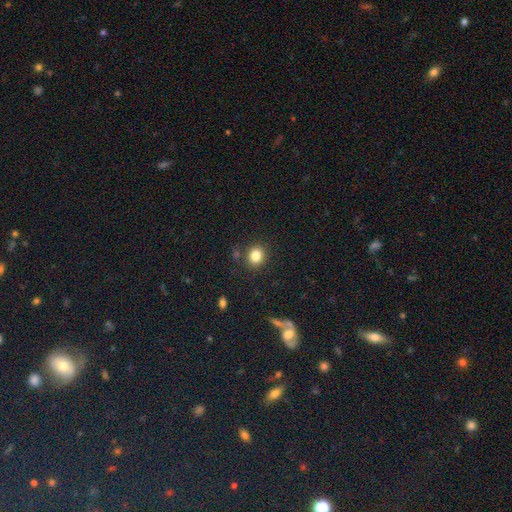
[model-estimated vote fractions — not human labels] The model was most divided on "how rounded": round: 74%, in between: 26%, cigar-shaped: 1%. More confident: merging — none (84%); smooth or featured — smooth (82%).